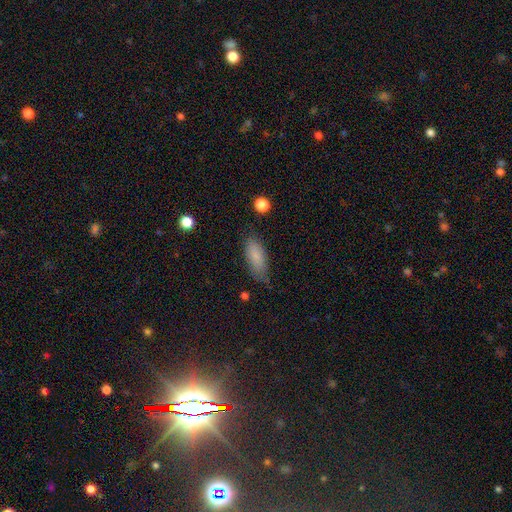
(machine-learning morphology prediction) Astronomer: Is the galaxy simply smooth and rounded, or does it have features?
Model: smooth — 83%.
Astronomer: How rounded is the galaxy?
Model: in between — 79%.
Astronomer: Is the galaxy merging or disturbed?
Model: none — 75%.